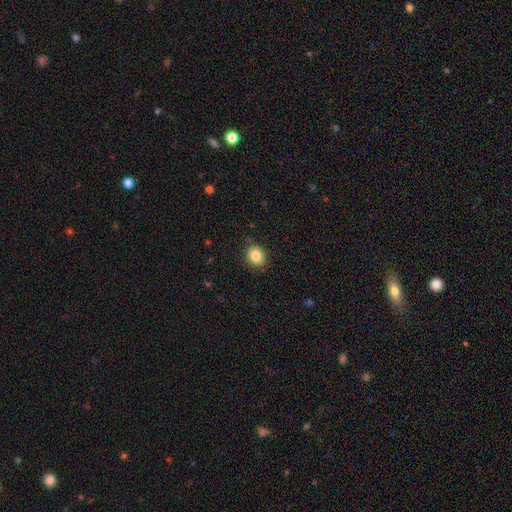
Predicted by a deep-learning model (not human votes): smooth 84%, star or artifact 10%, featured or disk 6%. Down the decision tree: how rounded — round (77%); merging — none (88%).